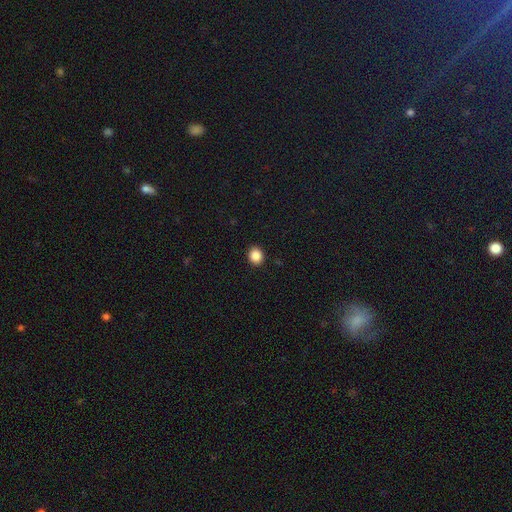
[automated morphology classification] smooth 88%, star or artifact 10%, featured or disk 3%. Down the decision tree: how rounded — round (74%); merging — none (91%).